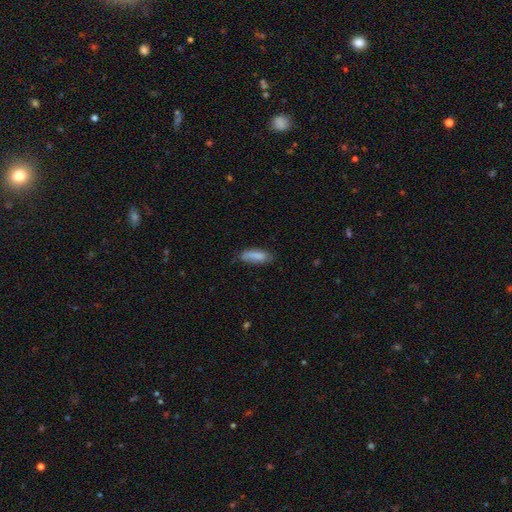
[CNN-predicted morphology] Overall: smooth (82%). How rounded: in between (68%; cigar-shaped 30%). Merging: none (63%; minor disturbance 28%).